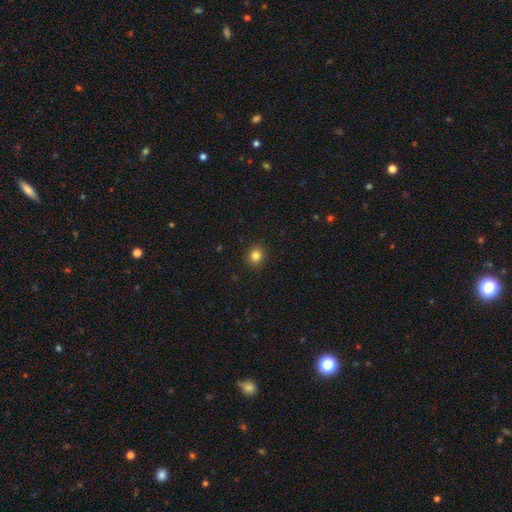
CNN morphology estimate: A smooth galaxy with no disk features (83%) that is round (79%).

Vote fractions:
- Smooth or featured? smooth: 83% / star or artifact: 12% / featured or disk: 5%
- How rounded? round: 79% / in between: 20% / cigar-shaped: 1%
- Merging? none: 91% / minor disturbance: 6% / major disturbance: 2% / merger: 1%